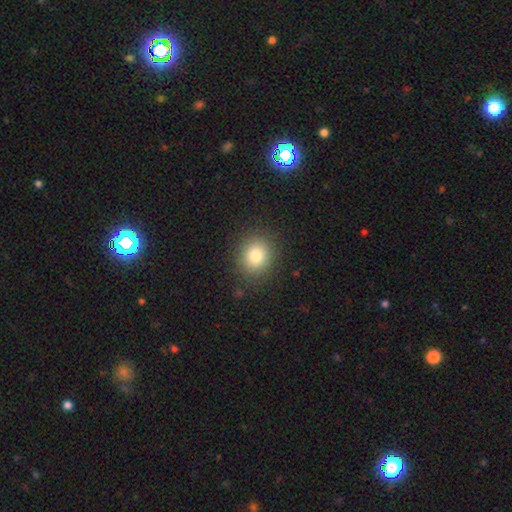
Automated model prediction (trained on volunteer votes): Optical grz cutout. It shows a smooth galaxy with no disk features (81%) that is round (80%). Merging: none (89%).